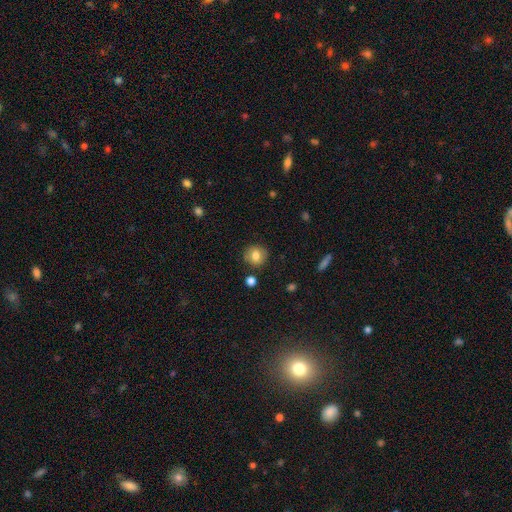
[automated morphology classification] The model was most divided on "smooth or featured": smooth: 78%, featured or disk: 12%, star or artifact: 10%. More confident: how rounded — round (85%); merging — none (84%).